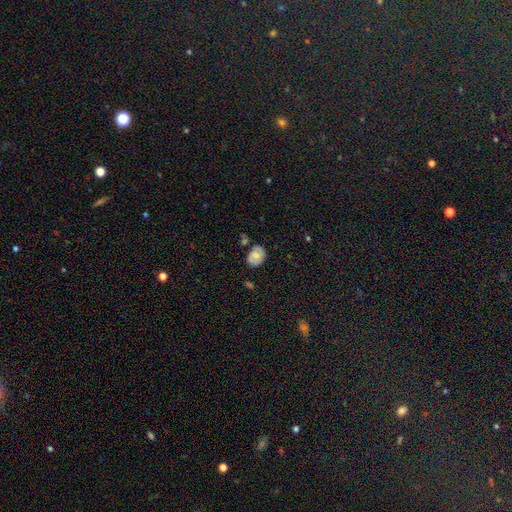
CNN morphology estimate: type=smooth (67%); roundness=in between (65%); merging=none (71%).